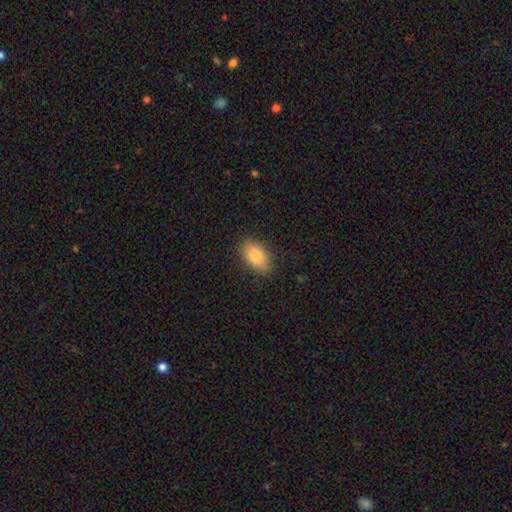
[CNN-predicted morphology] Smooth or featured? Predicted: smooth (p=0.86). How rounded? Predicted: in between (p=0.91). Merging? Predicted: none (p=0.82).